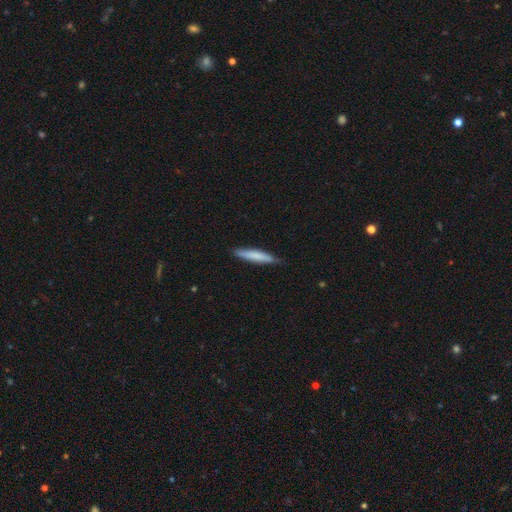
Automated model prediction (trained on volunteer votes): Smooth or featured? Predicted: smooth (p=0.74). How rounded? Predicted: cigar-shaped (p=0.91). Merging? Predicted: none (p=0.83).